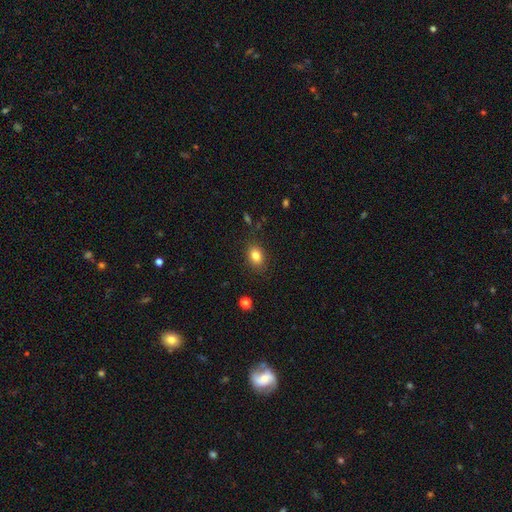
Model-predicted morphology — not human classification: smooth-or-featured: smooth: 83% | star or artifact: 10% | featured or disk: 7%
  how-rounded: in between: 74% | round: 25% | cigar-shaped: 1%
  merging: none: 85% | minor disturbance: 11% | major disturbance: 3% | merger: 1%